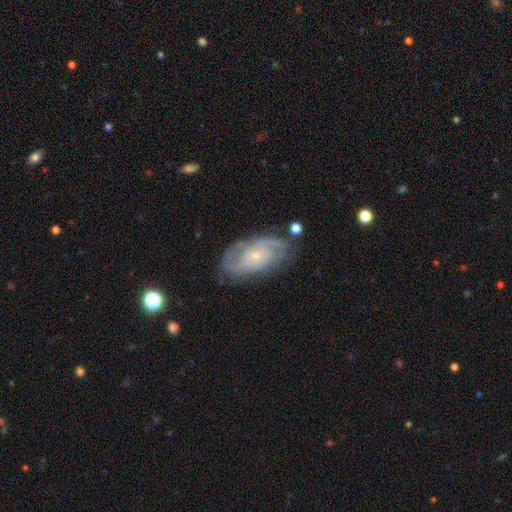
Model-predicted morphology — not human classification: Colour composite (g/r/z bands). It shows a featured or disk galaxy (82%) with no bar (71%), 2 (55%) tight (54%) spiral arms (94%) and a small central bulge (76%). Merging: none (75%).